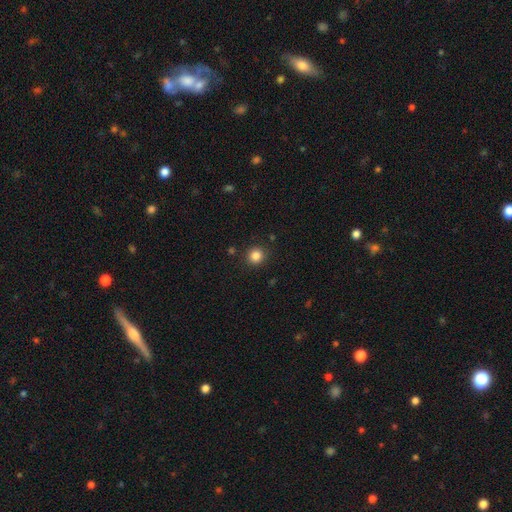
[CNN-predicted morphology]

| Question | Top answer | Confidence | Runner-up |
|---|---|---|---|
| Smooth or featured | smooth | 84% | star or artifact (12%) |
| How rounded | round | 91% | in between (8%) |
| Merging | none | 89% | minor disturbance (7%) |